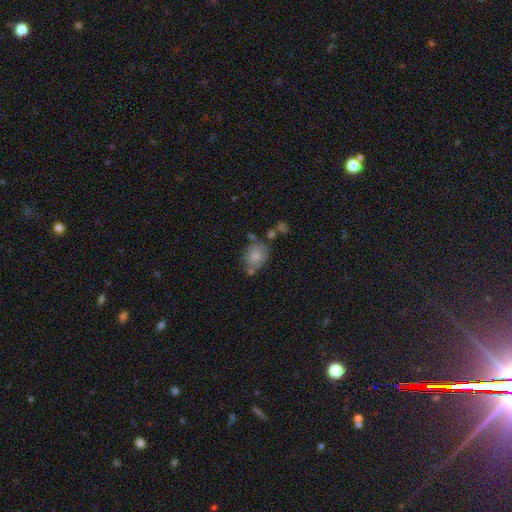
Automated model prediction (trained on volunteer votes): Smooth or featured? Predicted: smooth (p=0.77). How rounded? Predicted: in between (p=0.52). Merging? Predicted: none (p=0.54).